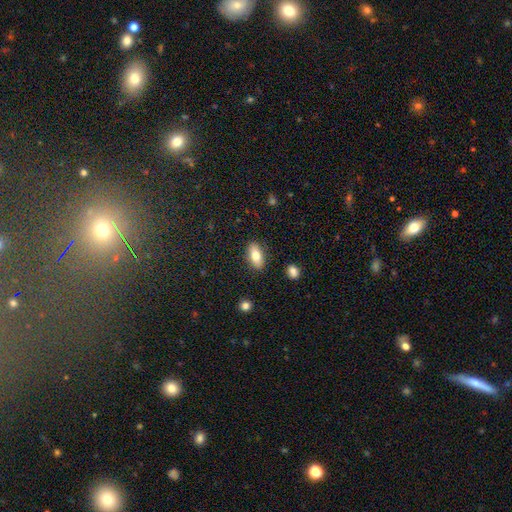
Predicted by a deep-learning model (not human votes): Morphology: type=smooth (77%); roundness=in between (87%); merging=none (87%).